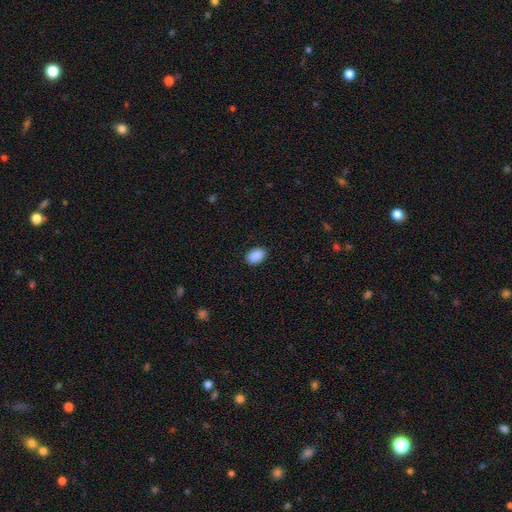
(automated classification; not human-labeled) Overall: smooth (90%). How rounded: in between (87%). Merging: none (88%).